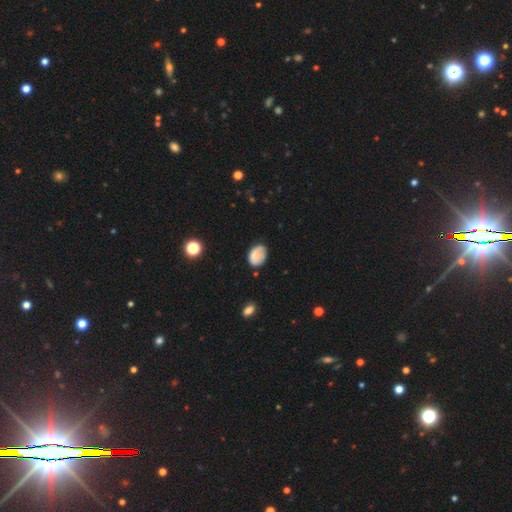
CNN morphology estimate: Smooth or featured: smooth — 67% (featured or disk — 24%)
How rounded: in between — 73% (round — 26%)
Merging: none — 57% (minor disturbance — 32%)